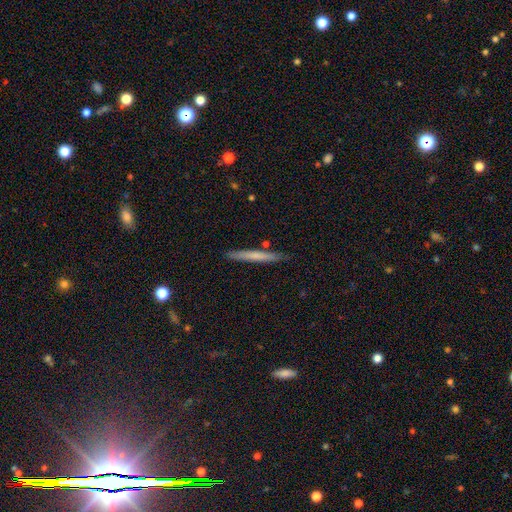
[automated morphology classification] Smooth or featured? smooth (61%)
How rounded? cigar-shaped (97%)
Merging? none (88%)